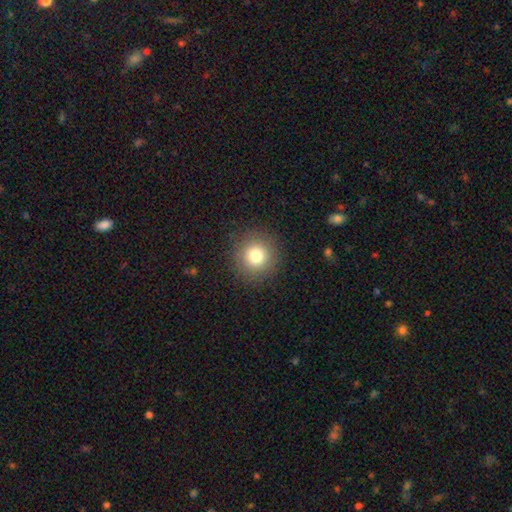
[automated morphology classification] The model was most divided on "smooth or featured": smooth: 79%, star or artifact: 12%, featured or disk: 9%. More confident: how rounded — round (93%); merging — none (90%).